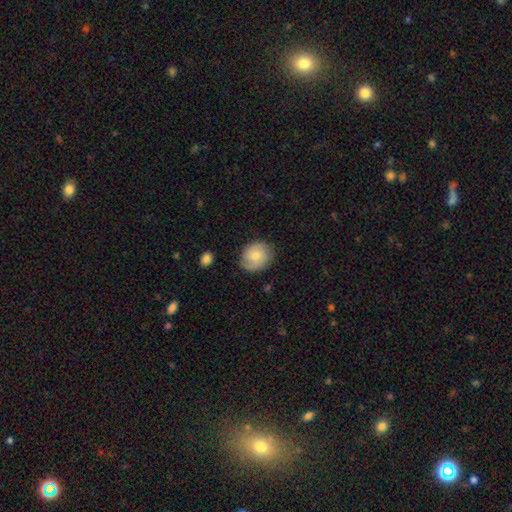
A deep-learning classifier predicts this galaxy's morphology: smooth_or_featured: smooth (p=0.74) [alt: featured or disk p=0.19]
how_rounded: round (p=0.67) [alt: in between p=0.32]
merging: none (p=0.78) [alt: minor disturbance p=0.17]